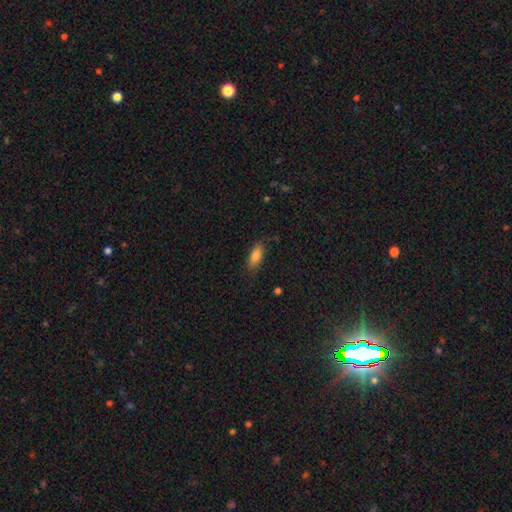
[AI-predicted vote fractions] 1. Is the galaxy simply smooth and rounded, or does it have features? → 82% smooth, 11% featured or disk, 8% star or artifact.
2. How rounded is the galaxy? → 79% in between, 19% cigar-shaped, 2% round.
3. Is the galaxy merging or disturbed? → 79% none, 16% minor disturbance, 4% major disturbance, 1% merger.